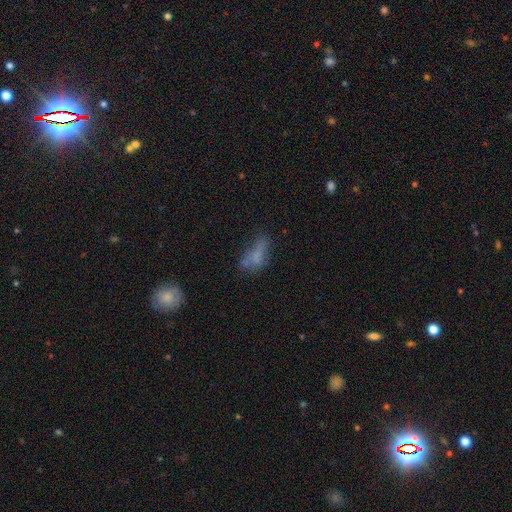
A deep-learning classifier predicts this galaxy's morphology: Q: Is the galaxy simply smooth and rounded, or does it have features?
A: smooth — 57%.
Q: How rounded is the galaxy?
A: in between — 74%.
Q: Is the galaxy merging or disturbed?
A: none — 39%.